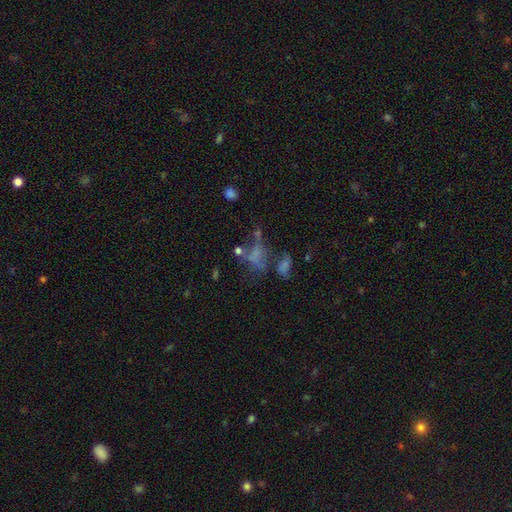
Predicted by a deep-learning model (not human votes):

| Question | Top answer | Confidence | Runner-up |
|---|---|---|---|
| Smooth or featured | smooth | 41% | featured or disk (33%) |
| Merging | major disturbance | 30% | none (29%) |